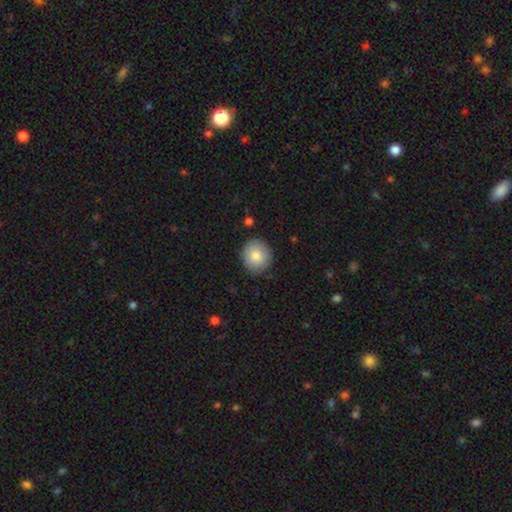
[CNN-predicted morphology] Smooth or featured? Predicted: smooth (p=0.82). How rounded? Predicted: round (p=0.84). Merging? Predicted: none (p=0.85).